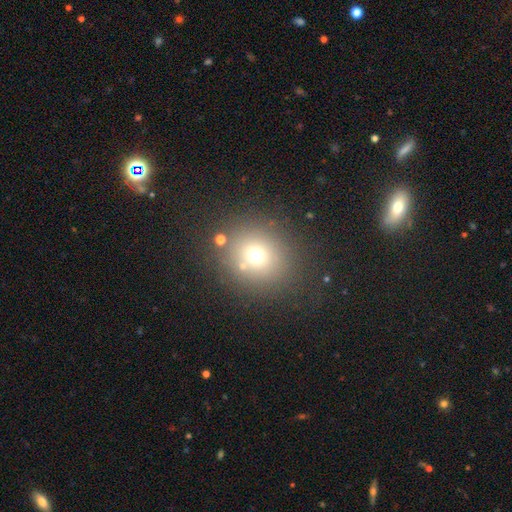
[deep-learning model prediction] smooth_or_featured: smooth (p=0.67) [alt: star or artifact p=0.20]
how_rounded: round (p=0.81) [alt: in between p=0.18]
merging: none (p=0.79) [alt: minor disturbance p=0.09]